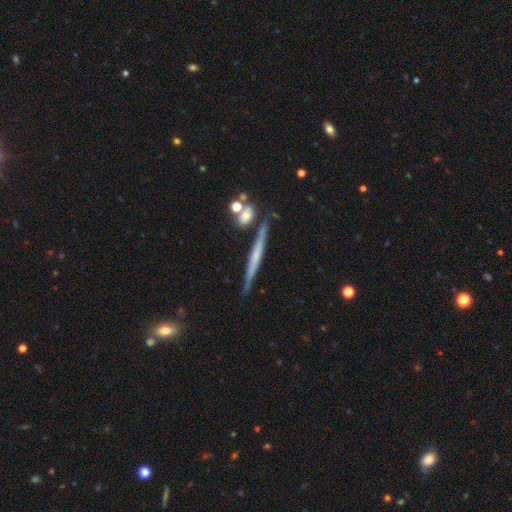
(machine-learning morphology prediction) Overall: featured or disk (61%; smooth 31%). Edge-on disk: yes (96%). Edge-on bulge: none (66%). Merging: none (84%).